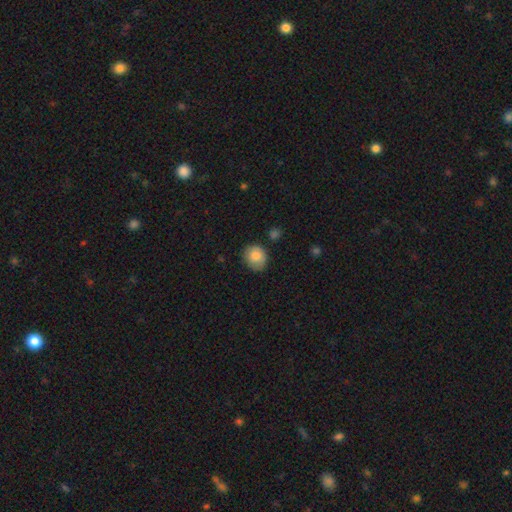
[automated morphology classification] smooth-or-featured: smooth: 84% | featured or disk: 8% | star or artifact: 8%
  how-rounded: round: 69% | in between: 30% | cigar-shaped: 1%
  merging: none: 75% | minor disturbance: 19% | major disturbance: 3% | merger: 3%